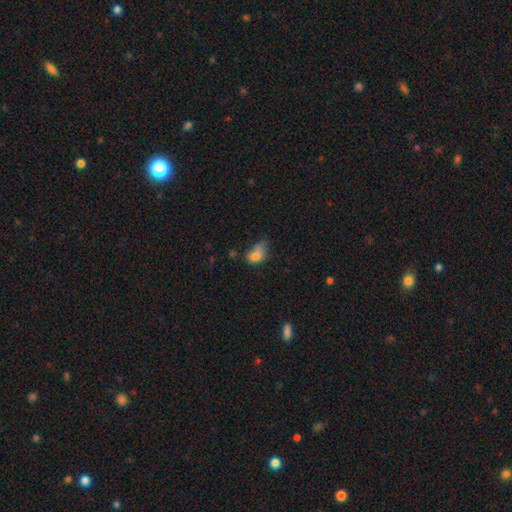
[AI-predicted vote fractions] Smooth or featured? smooth (75%)
How rounded? in between (77%)
Merging? minor disturbance (35%)